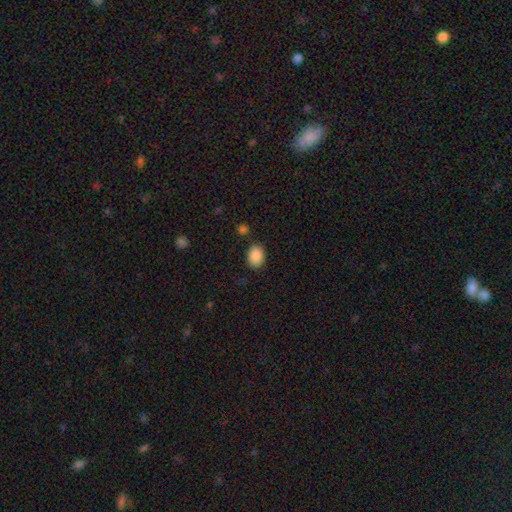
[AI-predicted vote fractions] Smooth or featured: smooth — 89% (star or artifact — 8%)
How rounded: in between — 72% (round — 27%)
Merging: none — 82% (minor disturbance — 12%)